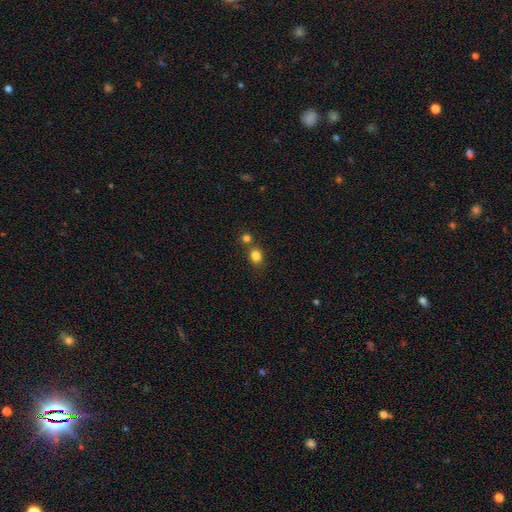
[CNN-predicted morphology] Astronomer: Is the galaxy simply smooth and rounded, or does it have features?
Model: smooth — 82%.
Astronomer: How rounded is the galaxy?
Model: round — 55% (runner-up: in between, 44%).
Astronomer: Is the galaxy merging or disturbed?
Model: none — 64%.